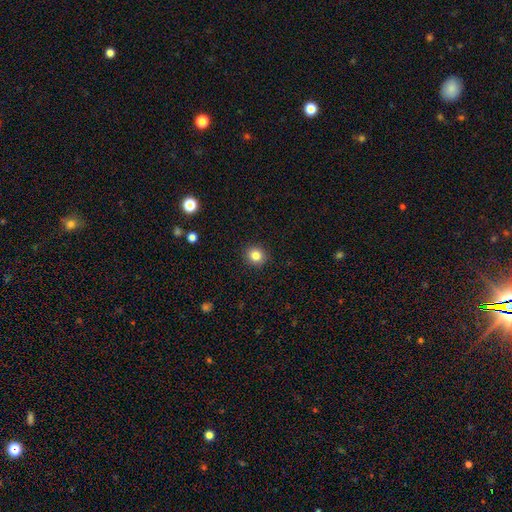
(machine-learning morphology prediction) Overall: smooth (83%). How rounded: round (88%). Merging: none (92%).